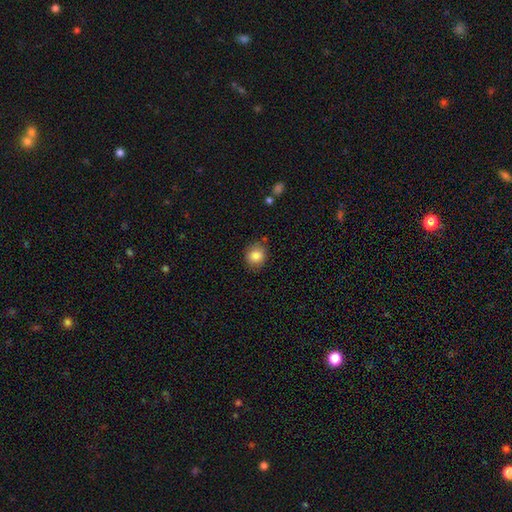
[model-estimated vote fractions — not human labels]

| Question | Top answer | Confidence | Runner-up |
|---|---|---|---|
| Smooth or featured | smooth | 85% | star or artifact (9%) |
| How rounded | round | 77% | in between (22%) |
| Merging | none | 81% | minor disturbance (14%) |